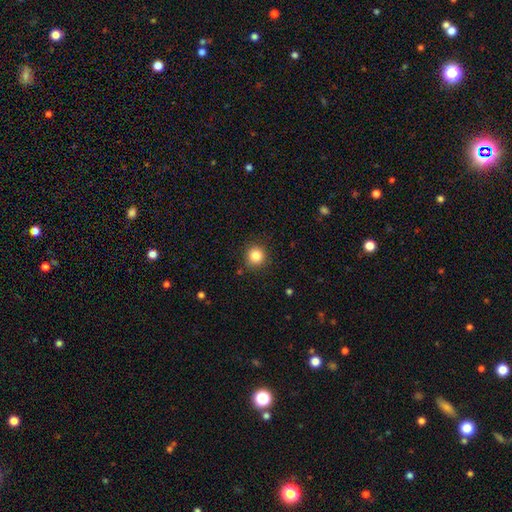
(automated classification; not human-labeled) Smooth or featured? Predicted: smooth (p=0.84). How rounded? Predicted: round (p=0.93). Merging? Predicted: none (p=0.88).